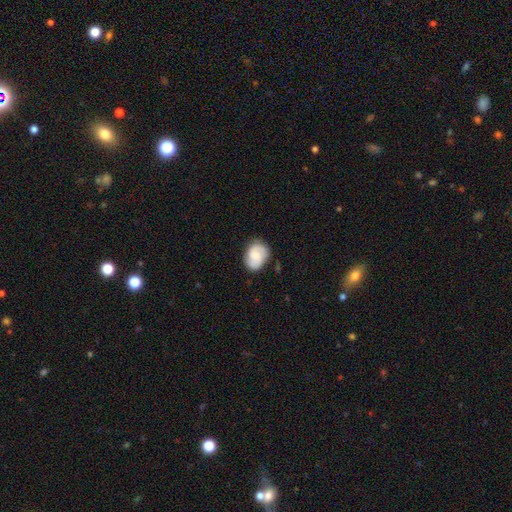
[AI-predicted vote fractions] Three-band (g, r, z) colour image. It shows a smooth galaxy with no disk features (55%) that is in between round and cigar-shaped (64%). Merging: none (73%).